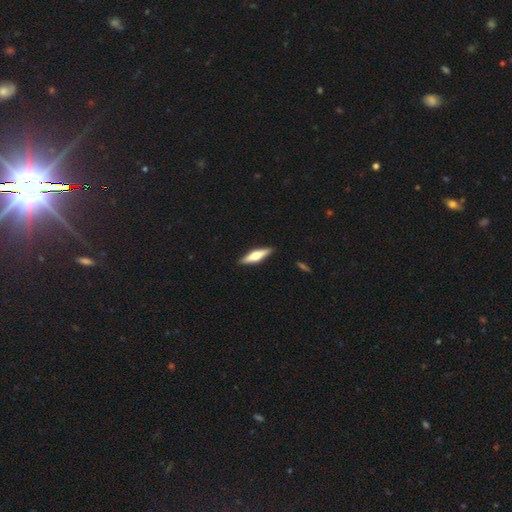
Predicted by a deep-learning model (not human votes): The model was most divided on "smooth or featured": featured or disk: 55%, smooth: 39%, star or artifact: 5%. More confident: edge-on disk — yes (96%); merging — none (90%); edge-on bulge — rounded (90%).